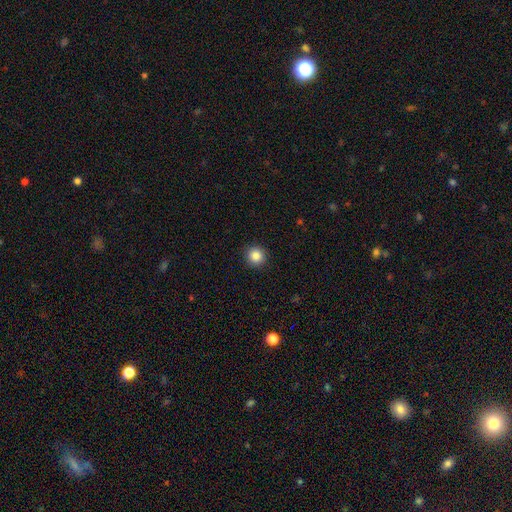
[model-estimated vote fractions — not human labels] Smooth or featured? smooth (86%)
How rounded? round (95%)
Merging? none (92%)